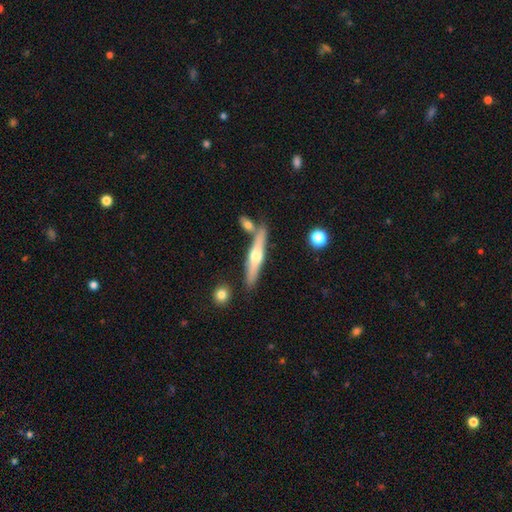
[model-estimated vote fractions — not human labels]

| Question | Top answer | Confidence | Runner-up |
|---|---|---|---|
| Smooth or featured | featured or disk | 59% | smooth (36%) |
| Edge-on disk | yes | 94% | no (6%) |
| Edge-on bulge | rounded | 92% | none (4%) |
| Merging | none | 74% | merger (13%) |